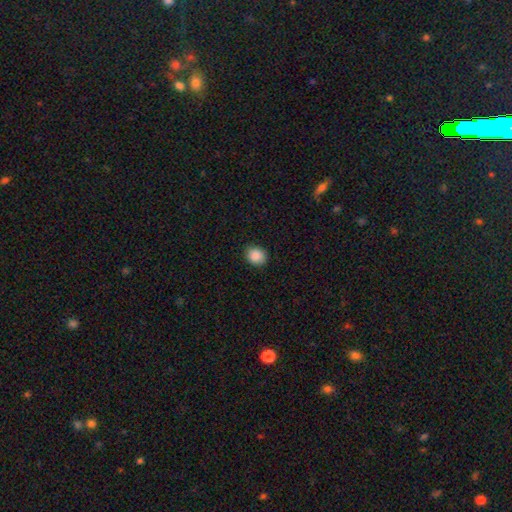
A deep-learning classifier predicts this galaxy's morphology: smooth 89%, star or artifact 8%, featured or disk 3%. Down the decision tree: how rounded — round (67%); merging — none (89%).